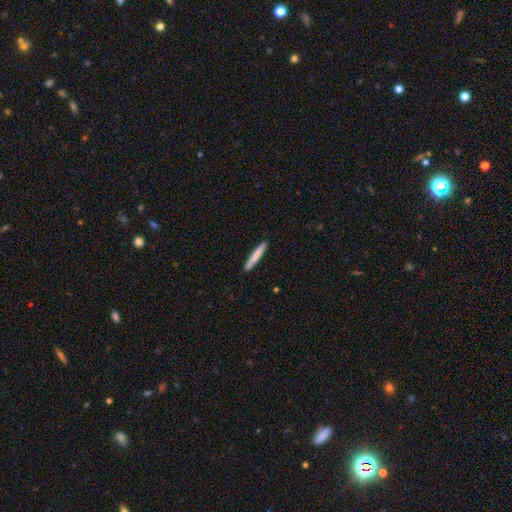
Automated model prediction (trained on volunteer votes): Q: Smooth or featured?
A: smooth (78%); runner-up: featured or disk (17%)
Q: How rounded?
A: cigar-shaped (96%); runner-up: in between (3%)
Q: Merging?
A: none (90%); runner-up: minor disturbance (7%)